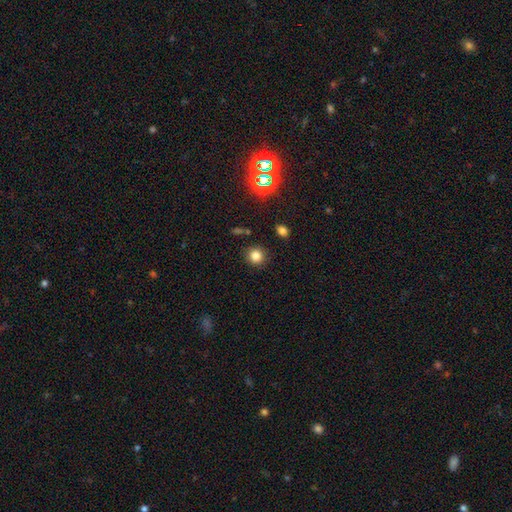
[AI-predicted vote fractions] The model was most divided on "smooth or featured": smooth: 80%, star or artifact: 15%, featured or disk: 5%. More confident: how rounded — round (90%); merging — none (88%).